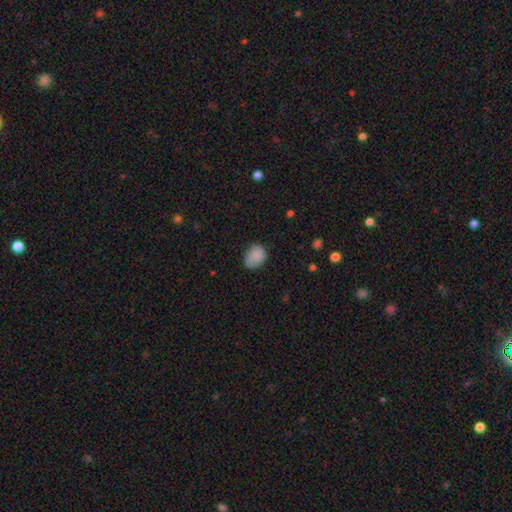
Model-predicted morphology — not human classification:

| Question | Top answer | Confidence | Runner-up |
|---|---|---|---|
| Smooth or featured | smooth | 83% | featured or disk (9%) |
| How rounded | in between | 60% | round (39%) |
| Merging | none | 70% | minor disturbance (24%) |